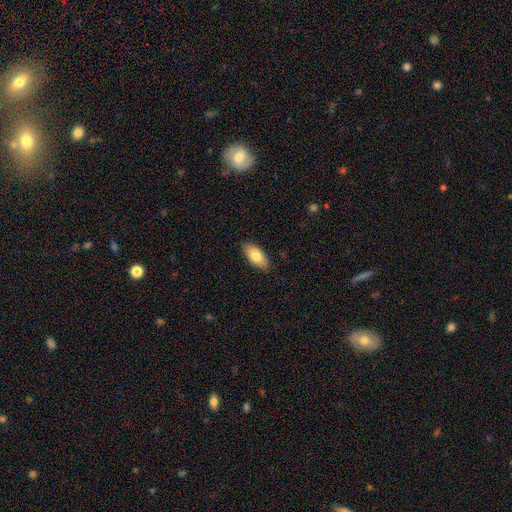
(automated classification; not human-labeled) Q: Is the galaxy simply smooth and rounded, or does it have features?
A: smooth — 79%.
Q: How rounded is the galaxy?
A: in between — 89%.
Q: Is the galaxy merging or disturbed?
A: none — 86%.